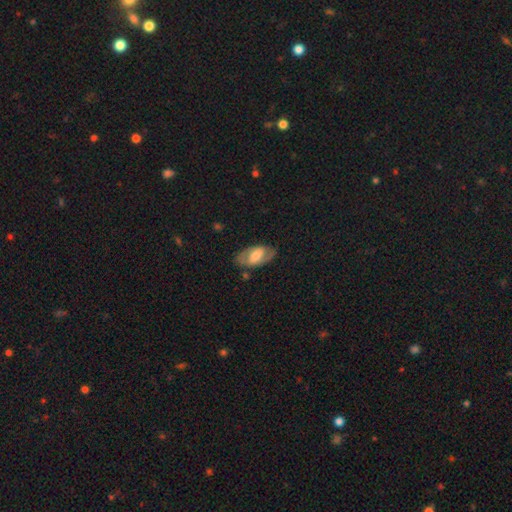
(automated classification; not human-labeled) featured or disk 57%, smooth 37%, star or artifact 6%. Down the decision tree: edge-on disk — no (90%); bar — weak (38%); spiral arms — yes (56%); bulge size — moderate (47%); merging — none (77%).